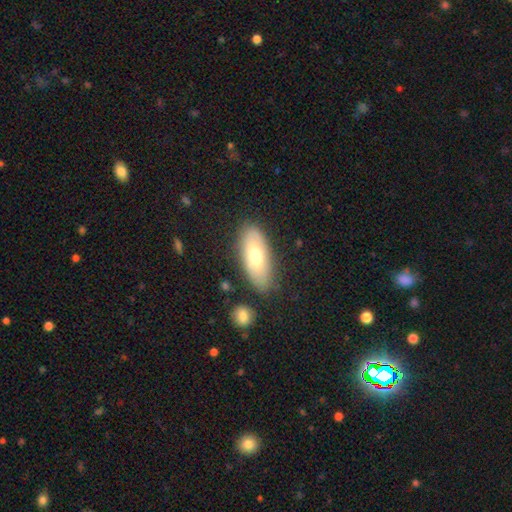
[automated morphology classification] Smooth or featured? Predicted: smooth (p=0.67). How rounded? Predicted: in between (p=0.81). Merging? Predicted: none (p=0.81).